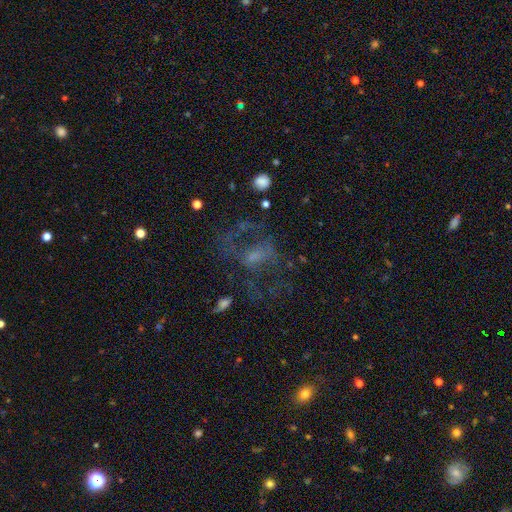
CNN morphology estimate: This appears to be a featured or disk galaxy (55%) with no bar (58%), no spiral arms (63%) and a small central bulge (37%). Merging: none (43%).